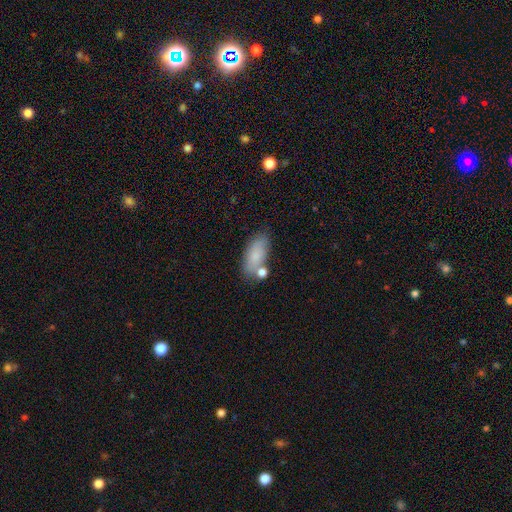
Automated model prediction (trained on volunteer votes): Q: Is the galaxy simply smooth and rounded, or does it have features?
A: smooth — 80%.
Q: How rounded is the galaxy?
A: in between — 86%.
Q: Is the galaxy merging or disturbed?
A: none — 63%.